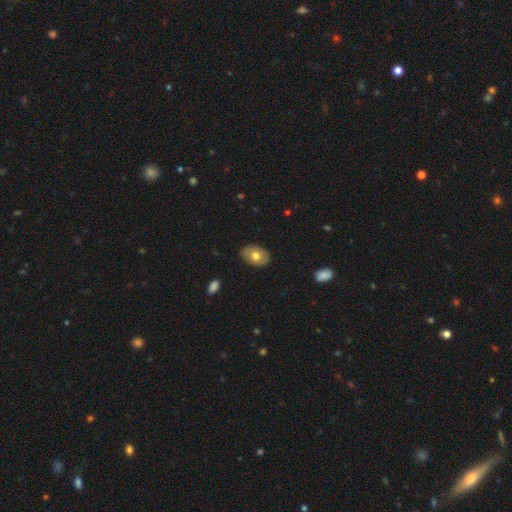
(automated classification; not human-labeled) Q: Smooth or featured?
A: smooth (66%); runner-up: featured or disk (27%)
Q: How rounded?
A: in between (83%); runner-up: round (16%)
Q: Merging?
A: none (86%); runner-up: minor disturbance (11%)